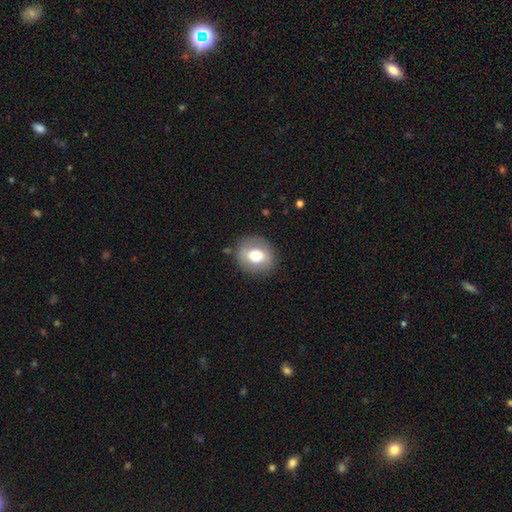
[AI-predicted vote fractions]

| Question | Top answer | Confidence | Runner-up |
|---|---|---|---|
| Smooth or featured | smooth | 67% | featured or disk (25%) |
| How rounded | round | 74% | in between (25%) |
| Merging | none | 84% | minor disturbance (11%) |